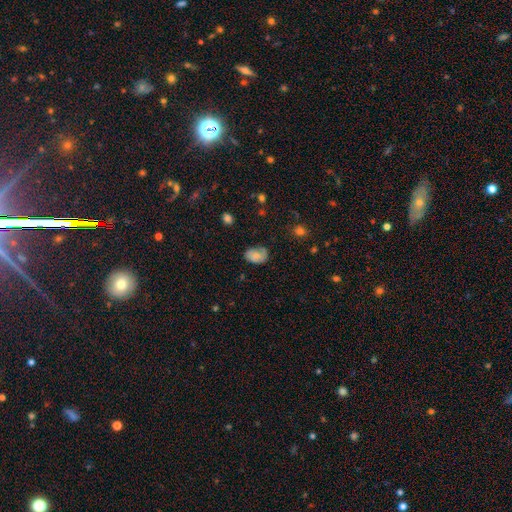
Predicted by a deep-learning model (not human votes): The model was most divided on "merging": none: 59%, minor disturbance: 30%, major disturbance: 9%, merger: 2%. More confident: how rounded — in between (83%); smooth or featured — smooth (72%).